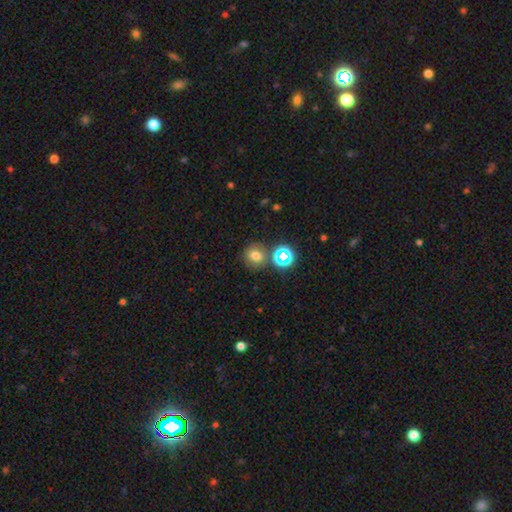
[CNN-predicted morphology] smooth 69%, star or artifact 21%, featured or disk 10%. Down the decision tree: how rounded — round (83%); merging — none (75%).